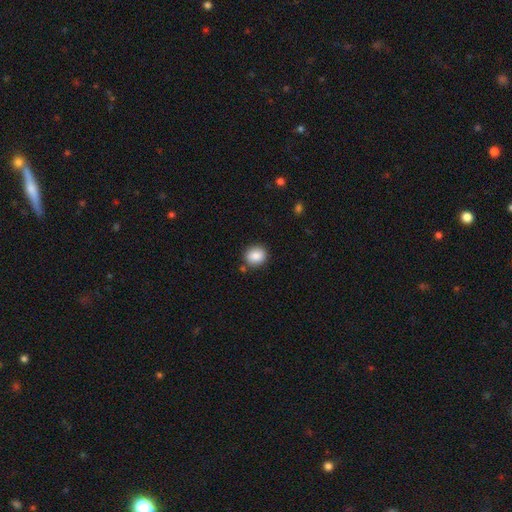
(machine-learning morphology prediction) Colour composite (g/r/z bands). It shows a smooth galaxy with no disk features (86%) that is round (80%). Merging: none (84%).